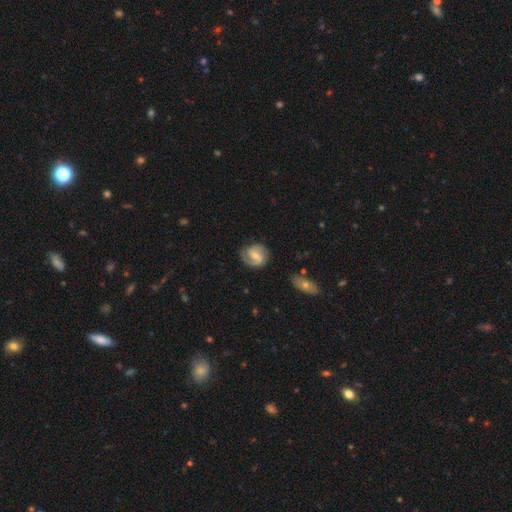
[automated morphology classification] Q: Smooth or featured?
A: featured or disk (82%); runner-up: smooth (13%)
Q: Edge-on disk?
A: no (98%); runner-up: yes (2%)
Q: Bar?
A: weak (52%); runner-up: no (25%)
Q: Spiral arms?
A: yes (95%); runner-up: no (5%)
Q: Spiral winding?
A: medium (49%); runner-up: tight (33%)
Q: Spiral arm count?
A: 2 (83%); runner-up: 1 (9%)
Q: Bulge size?
A: small (49%); runner-up: moderate (43%)
Q: Merging?
A: none (78%); runner-up: minor disturbance (15%)